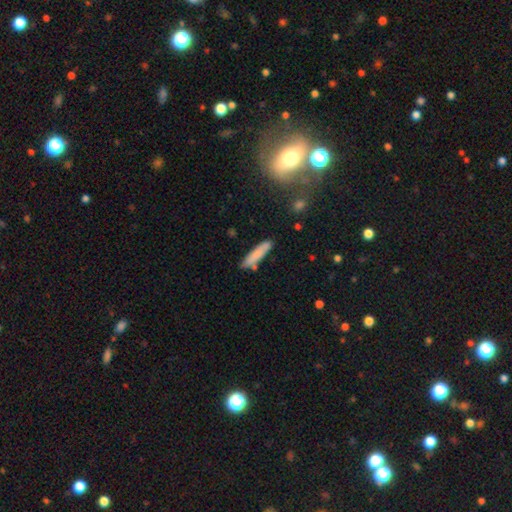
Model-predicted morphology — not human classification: The model was most divided on "merging": none: 75%, minor disturbance: 15%, merger: 7%, major disturbance: 3%. More confident: how rounded — cigar-shaped (80%); smooth or featured — smooth (78%).